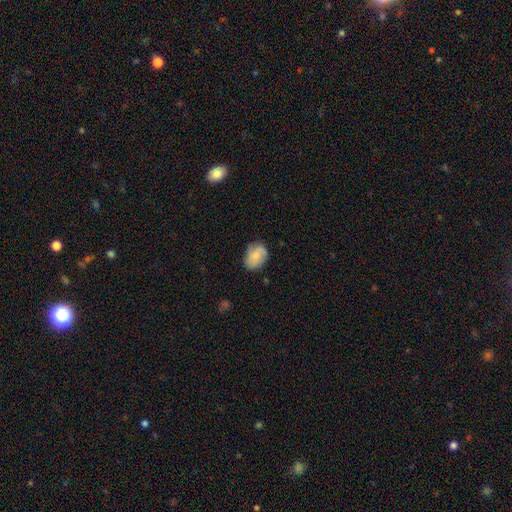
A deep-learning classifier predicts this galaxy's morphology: type=smooth (64%); roundness=in between (69%); merging=none (70%).